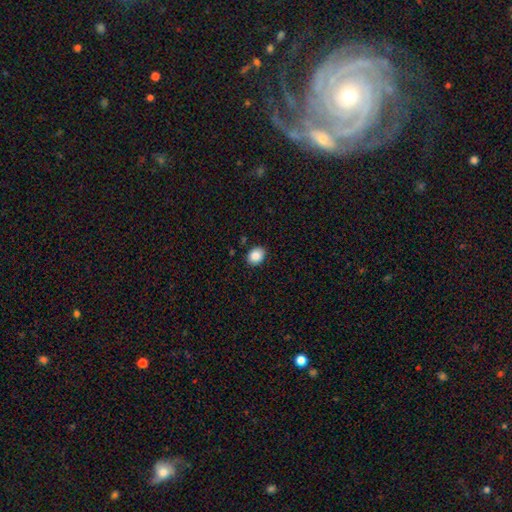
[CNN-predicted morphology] type=smooth (88%); roundness=in between (57%); merging=none (87%).